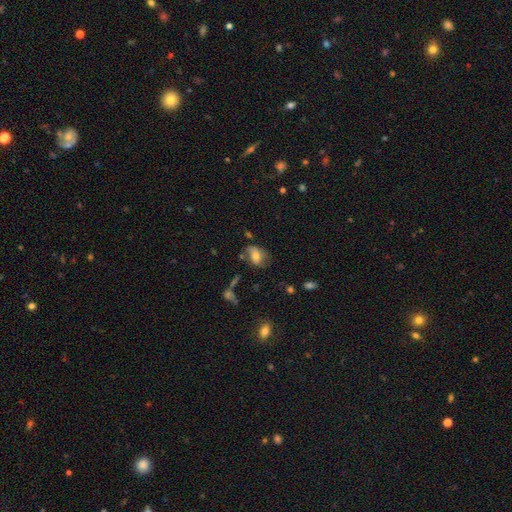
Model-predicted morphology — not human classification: This appears to be a smooth galaxy with no disk features (60%) that is in between round and cigar-shaped (74%). Merging: none (56%).